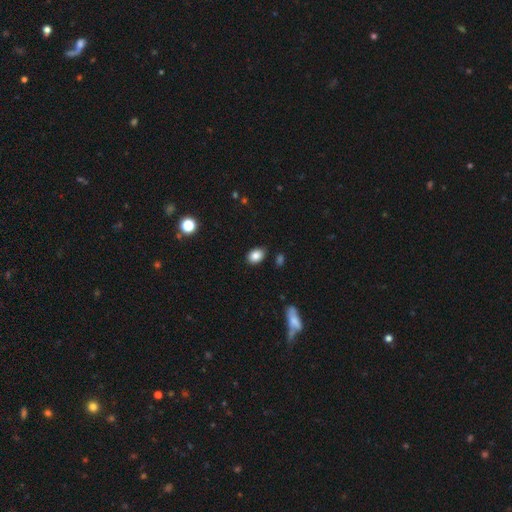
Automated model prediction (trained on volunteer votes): Q: Smooth or featured?
A: smooth (85%); runner-up: star or artifact (9%)
Q: How rounded?
A: in between (73%); runner-up: round (26%)
Q: Merging?
A: none (84%); runner-up: minor disturbance (11%)